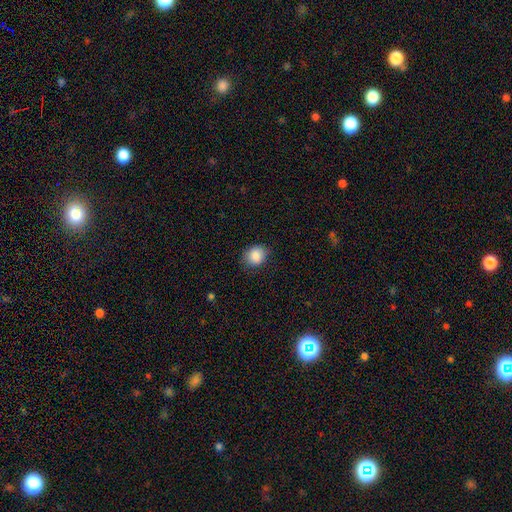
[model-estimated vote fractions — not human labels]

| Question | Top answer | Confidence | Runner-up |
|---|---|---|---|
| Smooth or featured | smooth | 87% | star or artifact (8%) |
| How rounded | round | 56% | in between (43%) |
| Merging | none | 77% | minor disturbance (18%) |